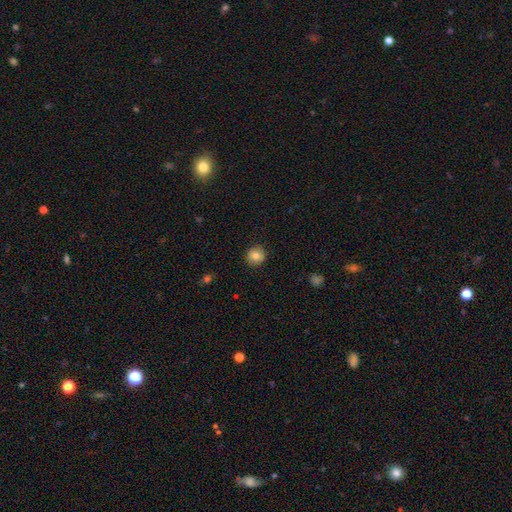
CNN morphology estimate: Smooth or featured: smooth — 82% (star or artifact — 9%)
How rounded: round — 94% (in between — 5%)
Merging: none — 91% (minor disturbance — 6%)